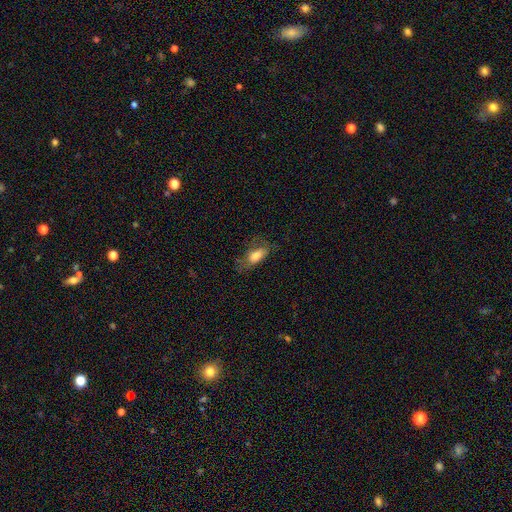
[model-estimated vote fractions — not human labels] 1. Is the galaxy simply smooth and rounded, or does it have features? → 72% smooth, 20% featured or disk, 8% star or artifact.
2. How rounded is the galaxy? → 80% in between, 16% cigar-shaped, 4% round.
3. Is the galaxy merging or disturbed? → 54% none, 25% minor disturbance, 20% major disturbance, 2% merger.